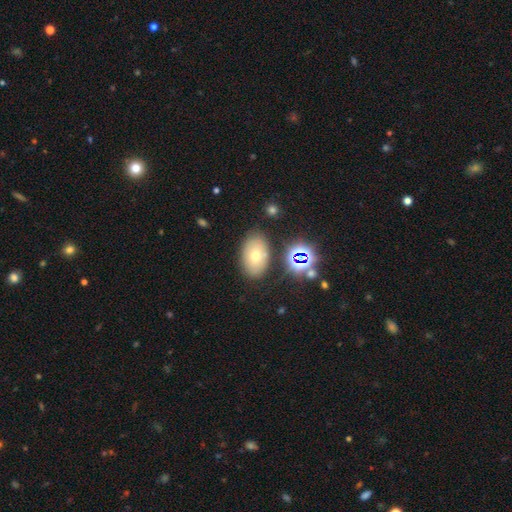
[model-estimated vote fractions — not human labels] This appears to be a smooth galaxy with no disk features (60%) that is in between round and cigar-shaped (85%). Merging: none (81%).